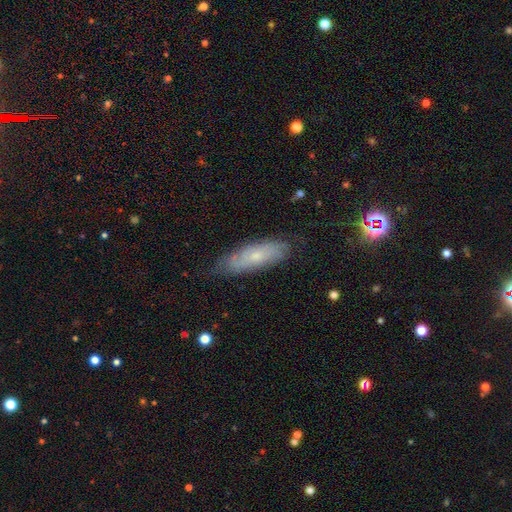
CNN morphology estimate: The model was most divided on "smooth or featured": featured or disk: 46%, smooth: 45%, star or artifact: 9%. More confident: merging — none (70%).